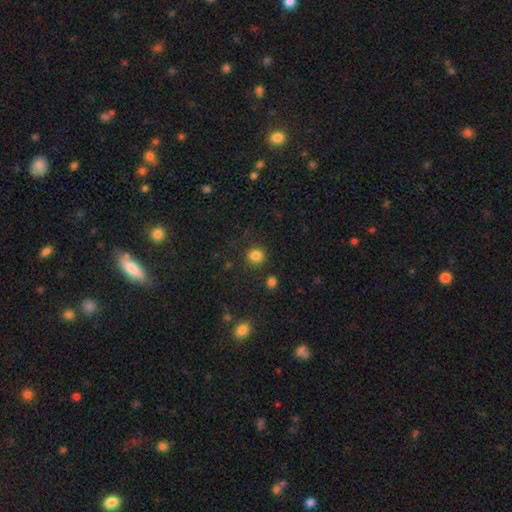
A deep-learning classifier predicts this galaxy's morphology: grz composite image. It shows a smooth galaxy with no disk features (83%) that is round (86%). Merging: none (85%).